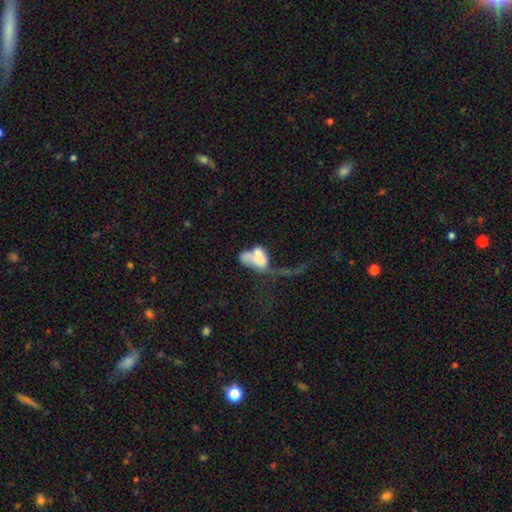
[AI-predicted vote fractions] Smooth or featured: smooth — 56% (featured or disk — 34%)
How rounded: in between — 87% (round — 9%)
Merging: merger — 47% (major disturbance — 36%)